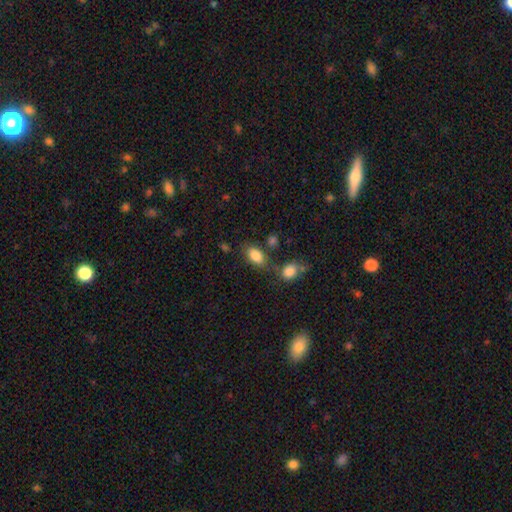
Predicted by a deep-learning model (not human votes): Smooth or featured: smooth — 84% (star or artifact — 9%)
How rounded: in between — 89% (round — 9%)
Merging: none — 67% (minor disturbance — 15%)